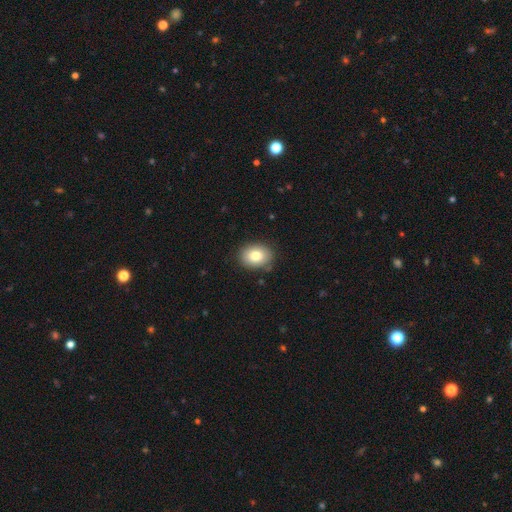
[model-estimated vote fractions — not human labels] The model was most divided on "how rounded": in between: 59%, round: 40%, cigar-shaped: 1%. More confident: merging — none (85%); smooth or featured — smooth (81%).